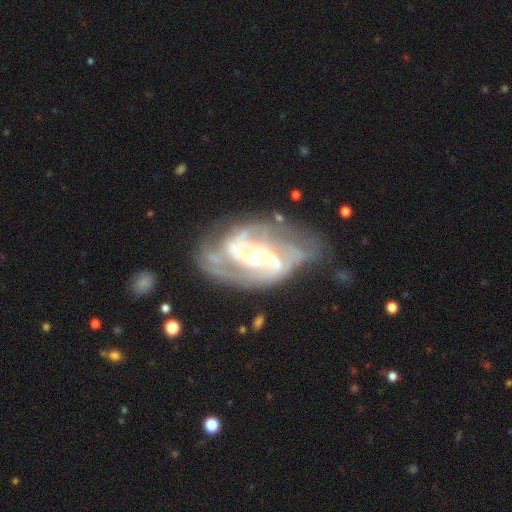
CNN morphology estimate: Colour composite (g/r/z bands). It shows a featured or disk galaxy (90%) with no bar (46%), 2 (52%) medium (46%) spiral arms (96%) and a small central bulge (58%). Merging: none (57%).